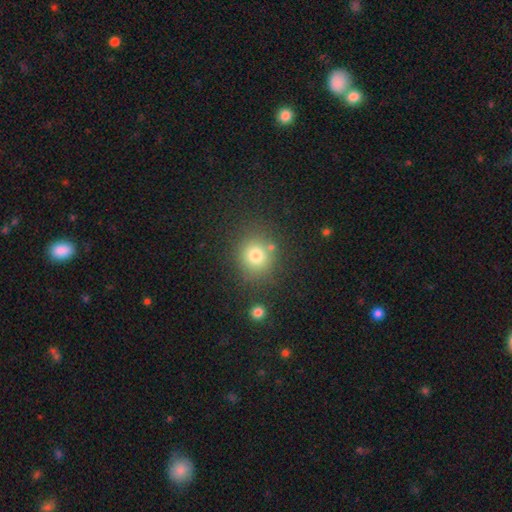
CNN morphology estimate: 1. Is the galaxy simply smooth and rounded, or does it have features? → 77% smooth, 14% star or artifact, 9% featured or disk.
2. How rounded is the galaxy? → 82% round, 17% in between, 1% cigar-shaped.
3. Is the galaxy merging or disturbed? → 78% none, 11% minor disturbance, 8% merger, 4% major disturbance.